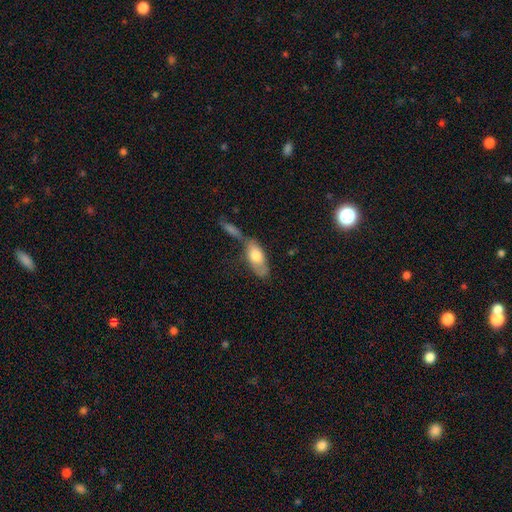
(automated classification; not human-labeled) smooth_or_featured: smooth (p=0.71) [alt: featured or disk p=0.24]
how_rounded: in between (p=0.83) [alt: cigar-shaped p=0.14]
merging: none (p=0.38) [alt: merger p=0.35]